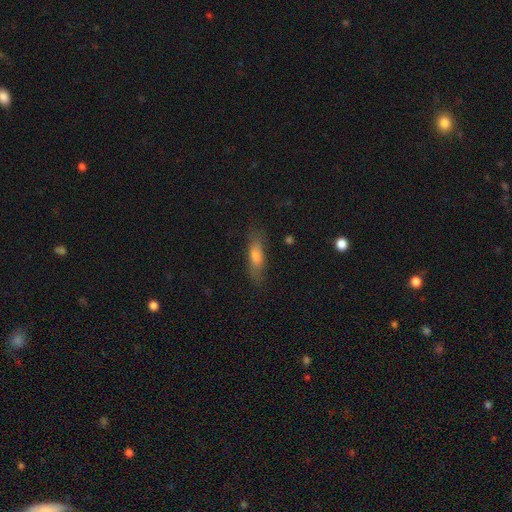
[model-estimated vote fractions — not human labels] Smooth or featured? smooth (65%)
How rounded? cigar-shaped (57%)
Merging? none (78%)